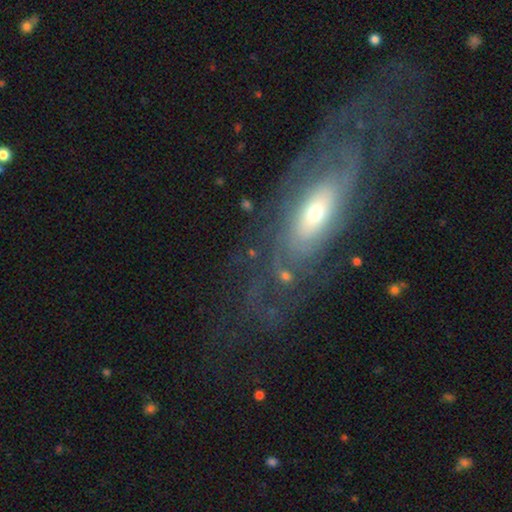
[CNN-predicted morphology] featured or disk 78%, smooth 15%, star or artifact 7%. Down the decision tree: edge-on disk — no (86%); bar — no (71%); spiral arms — yes (81%); spiral arm count — can't tell (53%); spiral winding — tight (61%); bulge size — small (47%); merging — none (66%).